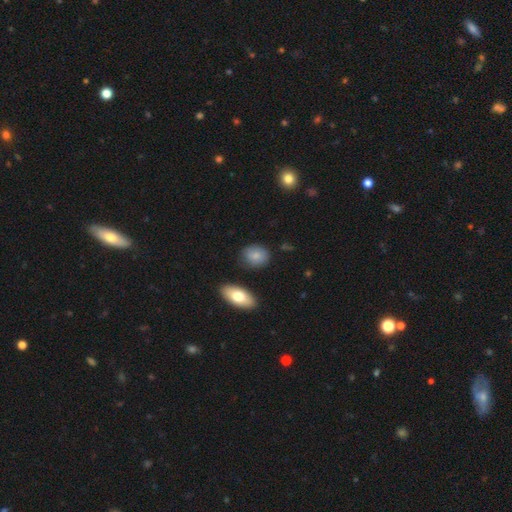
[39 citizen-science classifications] This is clearly a smooth galaxy (85%). How rounded: possibly round (52%). Merging: likely none (68%).